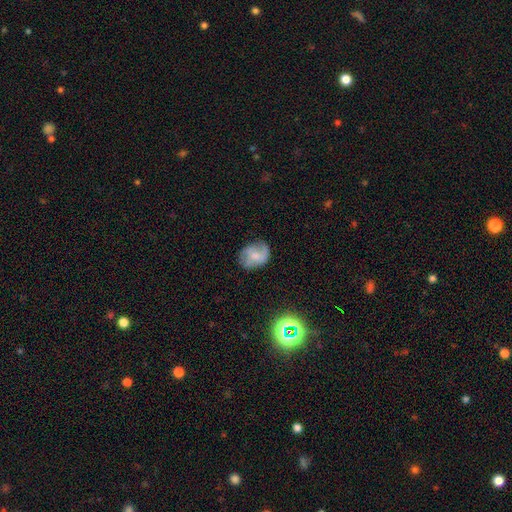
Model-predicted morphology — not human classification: Q: Smooth or featured?
A: smooth (51%); runner-up: featured or disk (40%)
Q: How rounded?
A: in between (56%); runner-up: round (43%)
Q: Merging?
A: none (62%); runner-up: minor disturbance (26%)